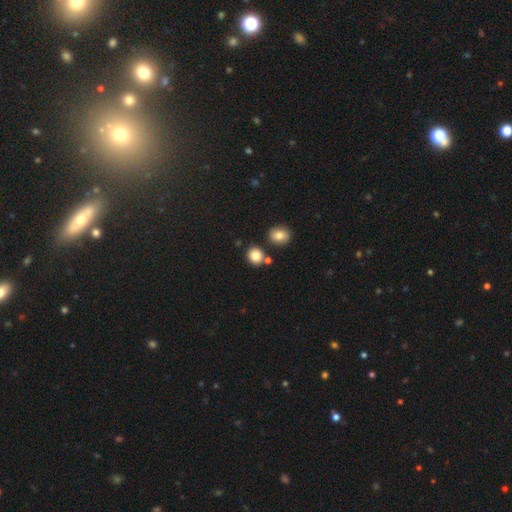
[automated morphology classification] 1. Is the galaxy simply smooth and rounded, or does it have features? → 84% smooth, 10% star or artifact, 6% featured or disk.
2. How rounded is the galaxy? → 78% round, 21% in between, 1% cigar-shaped.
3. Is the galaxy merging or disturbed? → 76% none, 12% merger, 9% minor disturbance, 3% major disturbance.